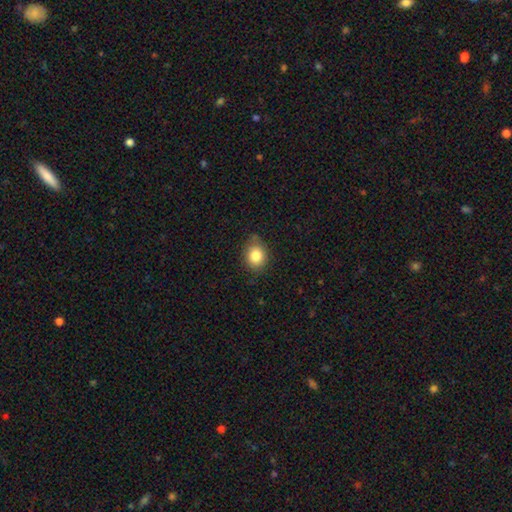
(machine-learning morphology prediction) Q: Smooth or featured?
A: smooth (83%); runner-up: star or artifact (10%)
Q: How rounded?
A: round (62%); runner-up: in between (37%)
Q: Merging?
A: none (76%); runner-up: minor disturbance (19%)